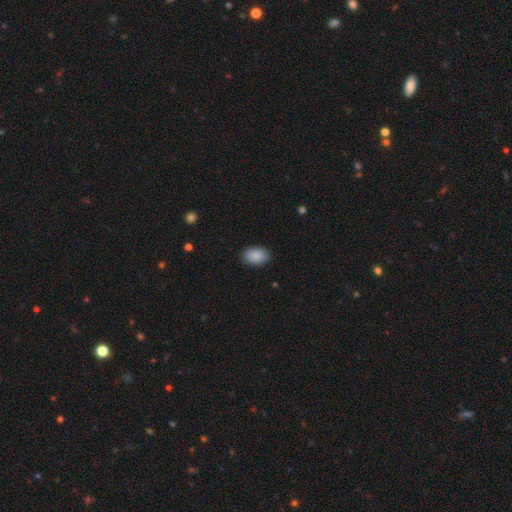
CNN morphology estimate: smooth-or-featured: smooth: 89% | star or artifact: 7% | featured or disk: 4%
  how-rounded: in between: 88% | round: 11% | cigar-shaped: 1%
  merging: none: 87% | minor disturbance: 9% | major disturbance: 2% | merger: 1%